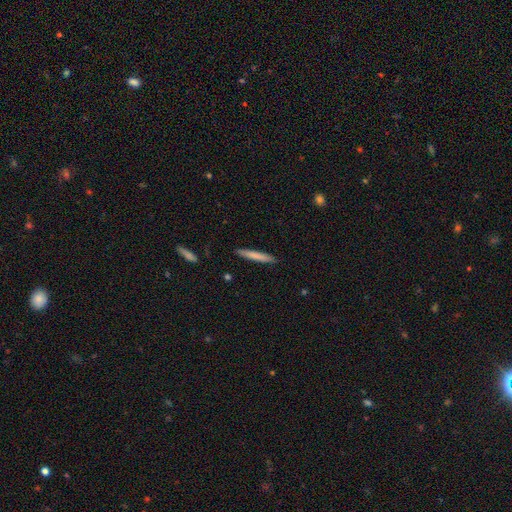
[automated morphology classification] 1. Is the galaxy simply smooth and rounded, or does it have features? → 77% smooth, 18% featured or disk, 5% star or artifact.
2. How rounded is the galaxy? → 95% cigar-shaped, 4% in between, 1% round.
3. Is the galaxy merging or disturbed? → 90% none, 7% minor disturbance, 1% major disturbance, 1% merger.